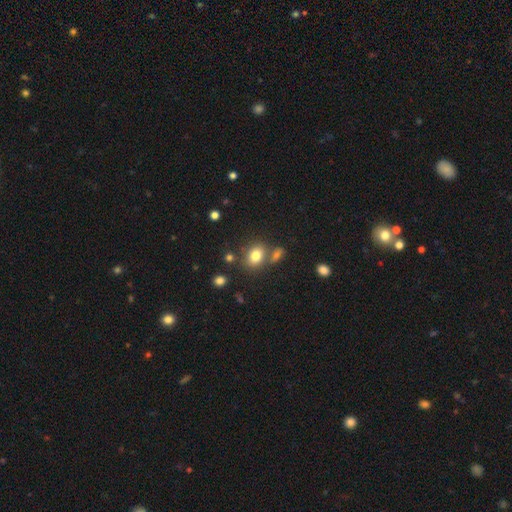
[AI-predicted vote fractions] Smooth or featured?
  - smooth: 79% *
  - star or artifact: 11%
  - featured or disk: 10%
How rounded?
  - in between: 58% *
  - round: 41%
  - cigar-shaped: 1%
Merging?
  - none: 65% *
  - merger: 19%
  - minor disturbance: 12%
  - major disturbance: 4%